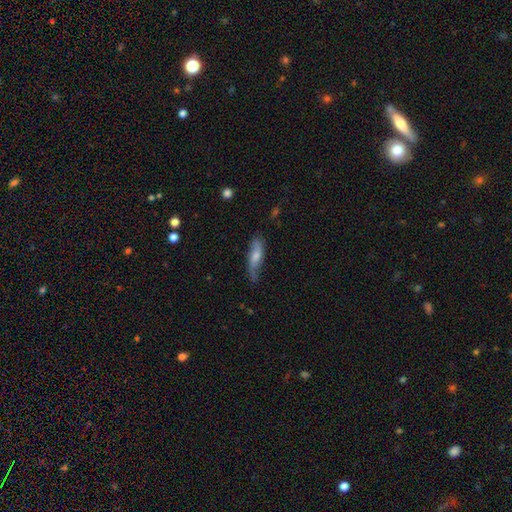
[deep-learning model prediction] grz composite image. It shows a smooth galaxy with no disk features (57%) that is cigar-shaped (52%). Merging: none (60%).